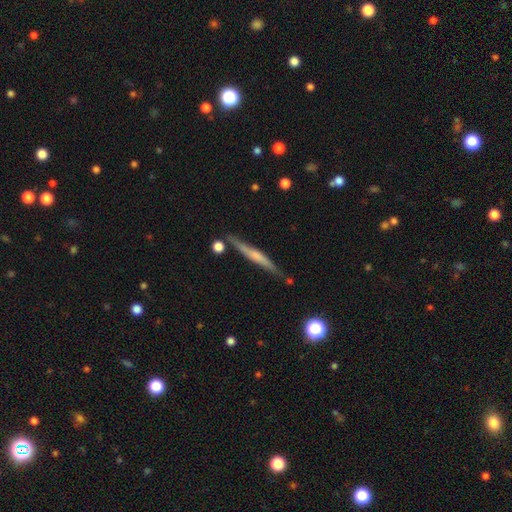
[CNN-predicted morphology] Smooth or featured: featured or disk — 58% (smooth — 36%)
Edge-on disk: yes — 96% (no — 4%)
Edge-on bulge: rounded — 43% (none — 40%)
Merging: none — 80% (minor disturbance — 13%)